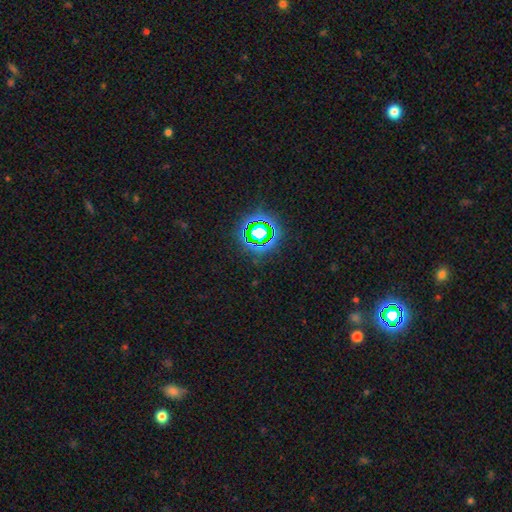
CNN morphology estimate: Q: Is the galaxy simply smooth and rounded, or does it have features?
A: star or artifact — 70%.